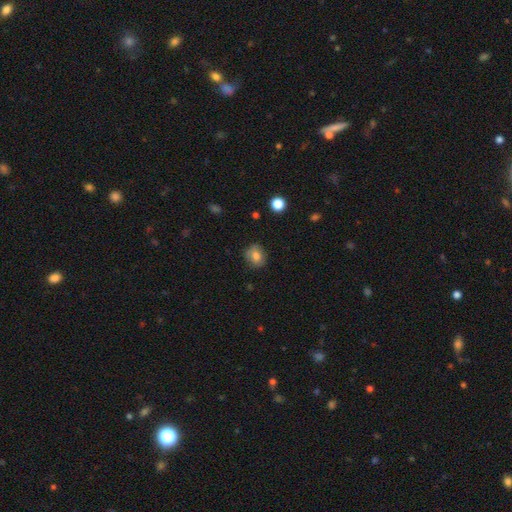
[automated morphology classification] Smooth or featured?
  - smooth: 77% *
  - featured or disk: 13%
  - star or artifact: 10%
How rounded?
  - round: 60% *
  - in between: 39%
  - cigar-shaped: 1%
Merging?
  - none: 78% *
  - minor disturbance: 17%
  - major disturbance: 4%
  - merger: 1%